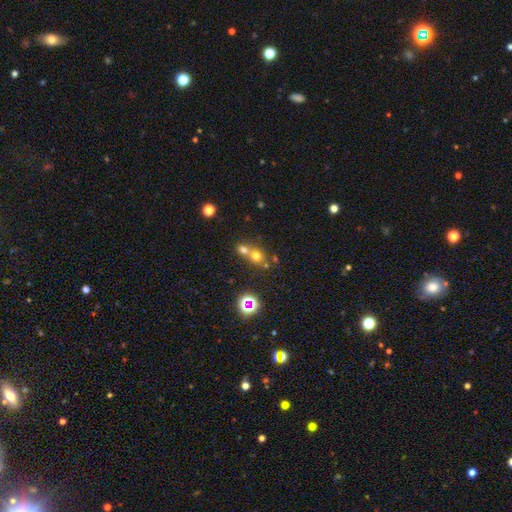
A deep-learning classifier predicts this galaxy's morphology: A smooth galaxy with no disk features (63%) that is round (76%).

Vote fractions:
- Smooth or featured? smooth: 63% / star or artifact: 23% / featured or disk: 14%
- How rounded? round: 76% / in between: 22% / cigar-shaped: 1%
- Merging? merger: 55% / none: 37% / minor disturbance: 6% / major disturbance: 3%